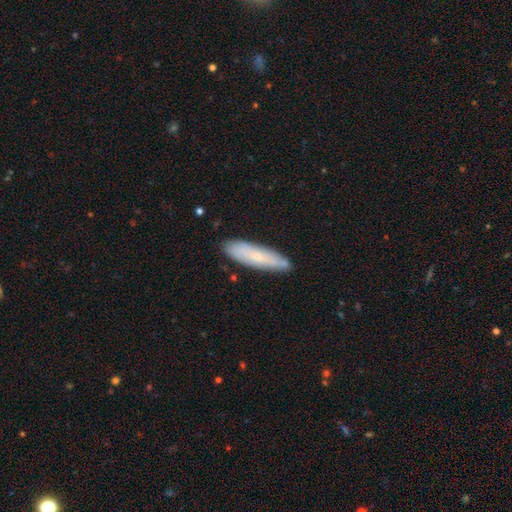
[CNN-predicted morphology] Smooth or featured: smooth — 58% (featured or disk — 35%)
How rounded: cigar-shaped — 77% (in between — 21%)
Merging: none — 85% (minor disturbance — 11%)